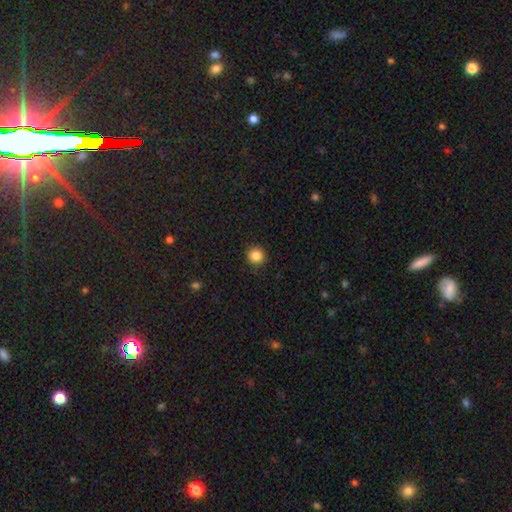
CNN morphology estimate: Smooth or featured? Predicted: smooth (p=0.86). How rounded? Predicted: round (p=0.94). Merging? Predicted: none (p=0.92).